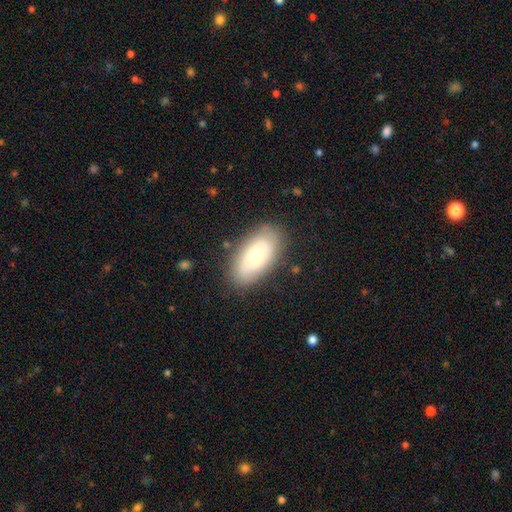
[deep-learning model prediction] Morphology: type=smooth (57%); roundness=in between (92%); merging=none (81%).